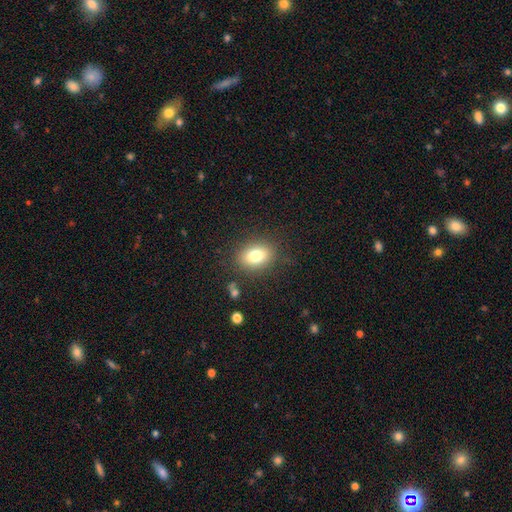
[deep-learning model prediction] Morphology: type=smooth (78%); roundness=in between (69%); merging=none (83%).